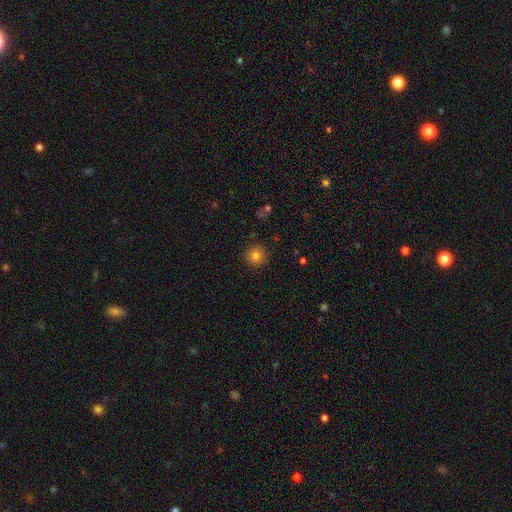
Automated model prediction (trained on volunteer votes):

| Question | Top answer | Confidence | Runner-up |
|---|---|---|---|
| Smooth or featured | smooth | 80% | star or artifact (13%) |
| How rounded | round | 95% | in between (4%) |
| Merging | none | 91% | minor disturbance (6%) |